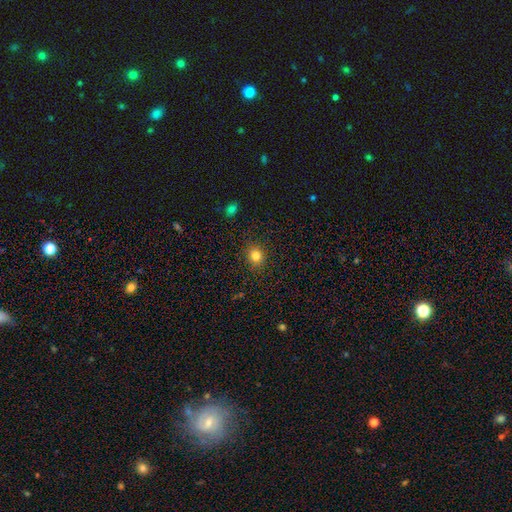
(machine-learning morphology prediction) type=smooth (82%); roundness=round (81%); merging=none (89%).